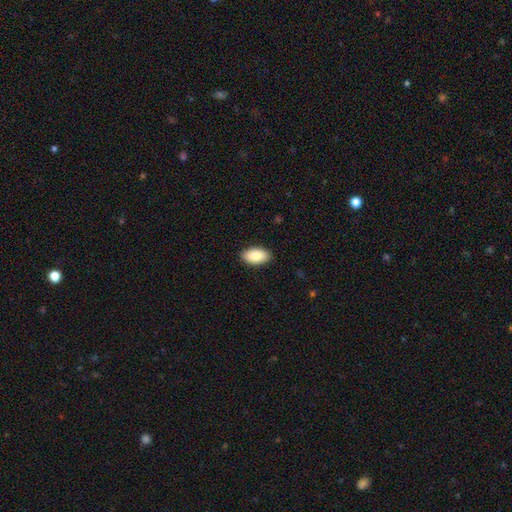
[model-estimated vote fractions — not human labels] Smooth or featured: smooth — 87% (featured or disk — 7%)
How rounded: in between — 95% (round — 3%)
Merging: none — 89% (minor disturbance — 8%)